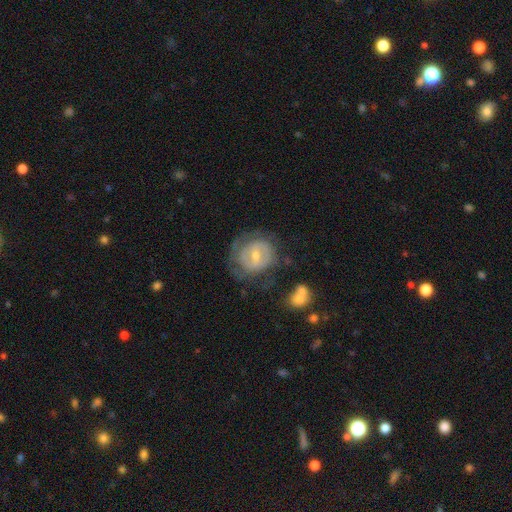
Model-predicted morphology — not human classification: Smooth or featured? featured or disk (65%)
Edge-on disk? no (97%)
Bar? weak (50%)
Spiral arms? yes (65%)
Bulge size? moderate (52%)
Merging? none (53%)